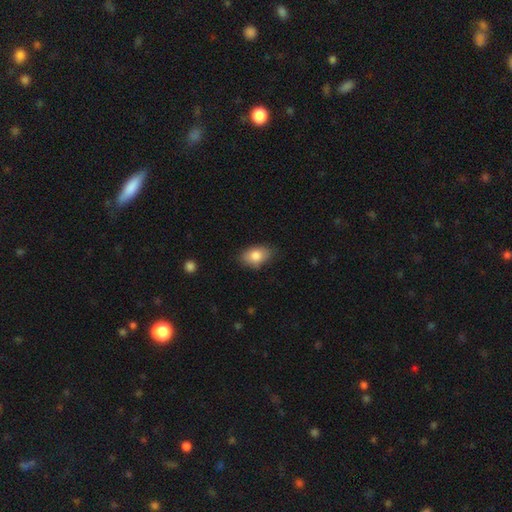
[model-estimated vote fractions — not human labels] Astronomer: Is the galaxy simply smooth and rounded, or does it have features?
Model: smooth — 83%.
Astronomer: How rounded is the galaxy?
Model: in between — 87%.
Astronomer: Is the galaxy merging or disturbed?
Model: none — 79%.